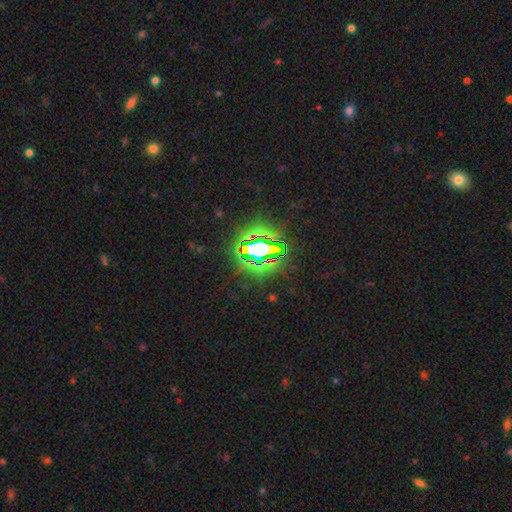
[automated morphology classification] A star or artifact, not a galaxy (84%).